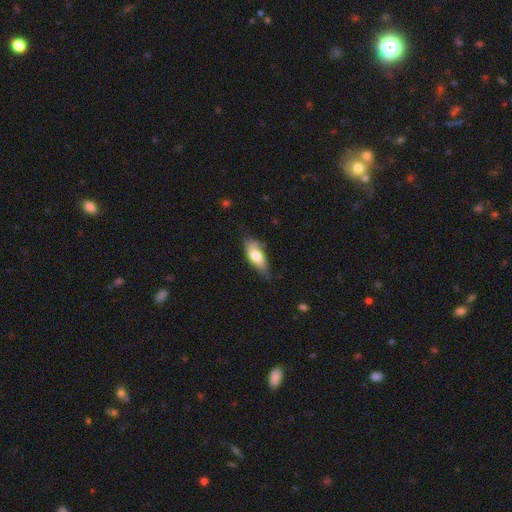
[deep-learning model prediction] A smooth galaxy with no disk features (70%) that is in between round and cigar-shaped (75%).

Vote fractions:
- Smooth or featured? smooth: 70% / featured or disk: 24% / star or artifact: 6%
- How rounded? in between: 75% / cigar-shaped: 22% / round: 3%
- Merging? none: 59% / minor disturbance: 31% / major disturbance: 6% / merger: 3%